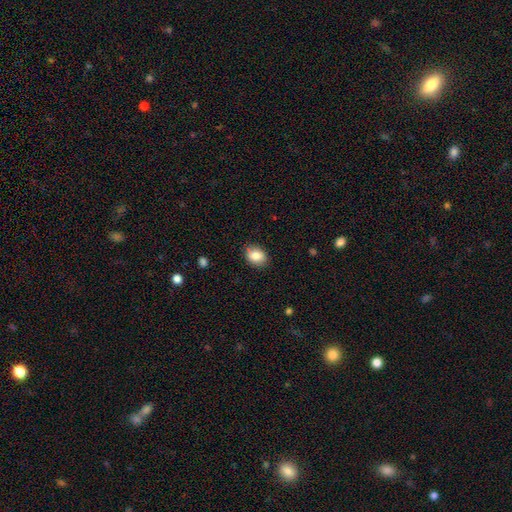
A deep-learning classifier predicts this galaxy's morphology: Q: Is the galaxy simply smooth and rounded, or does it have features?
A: smooth — 83%.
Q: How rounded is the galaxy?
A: in between — 58%.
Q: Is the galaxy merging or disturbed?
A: none — 81%.